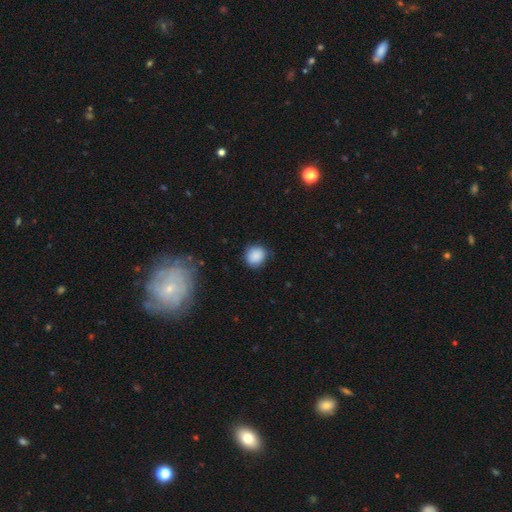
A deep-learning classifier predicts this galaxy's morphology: type=smooth (87%); roundness=round (83%); merging=none (75%).